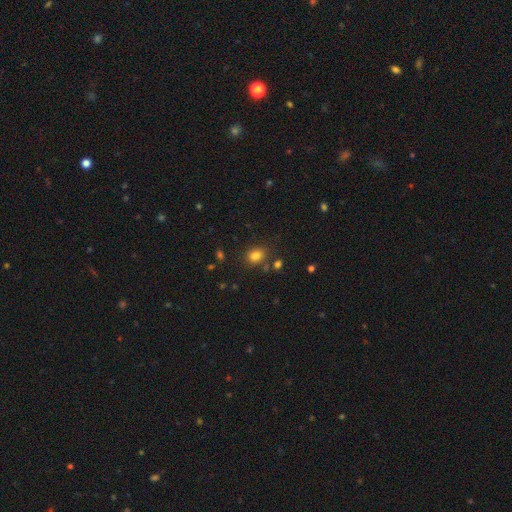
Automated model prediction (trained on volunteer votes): Overall: smooth (80%). How rounded: in between (54%; round 45%). Merging: none (76%).